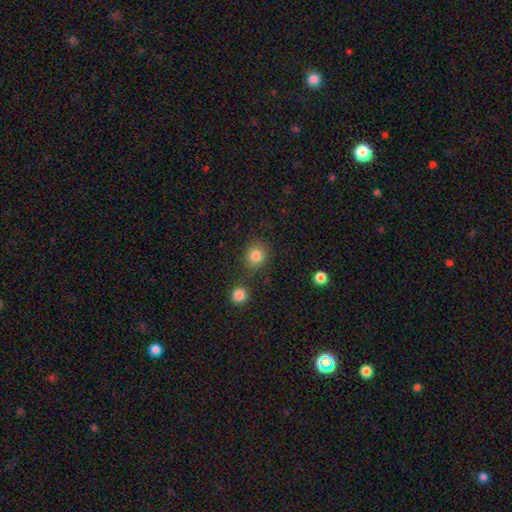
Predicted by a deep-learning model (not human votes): A smooth galaxy with no disk features (83%) that is round (76%). Merging: none (76%).